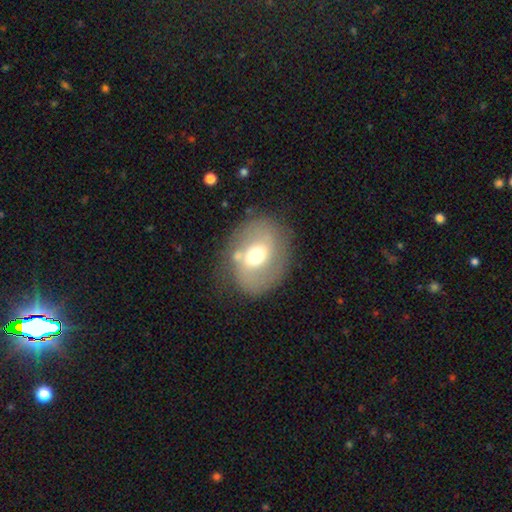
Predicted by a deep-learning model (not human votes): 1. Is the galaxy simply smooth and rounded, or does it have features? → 48% featured or disk, 43% smooth, 9% star or artifact.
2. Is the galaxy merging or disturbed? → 68% none, 18% minor disturbance, 10% major disturbance, 4% merger.